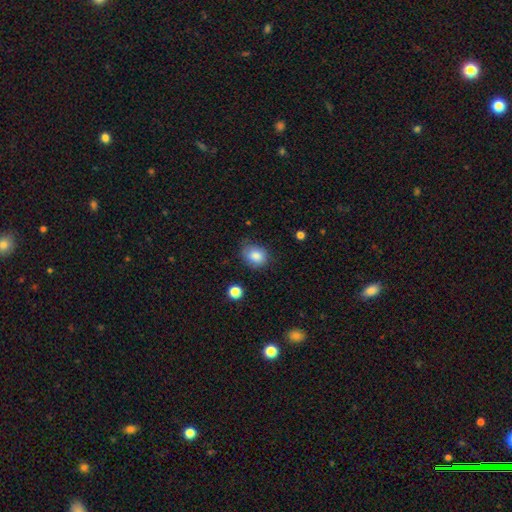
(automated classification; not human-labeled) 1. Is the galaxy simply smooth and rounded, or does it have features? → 84% smooth, 9% star or artifact, 7% featured or disk.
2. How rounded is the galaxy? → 55% in between, 44% round, 1% cigar-shaped.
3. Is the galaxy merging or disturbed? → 67% none, 26% minor disturbance, 5% major disturbance, 2% merger.